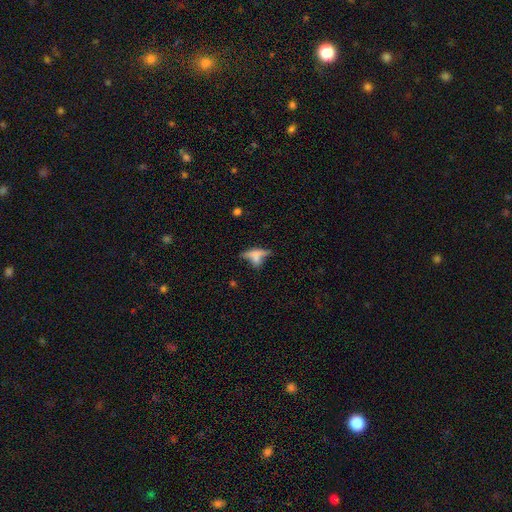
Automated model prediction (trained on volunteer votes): smooth_or_featured: smooth (p=0.52) [alt: featured or disk p=0.36]
how_rounded: cigar-shaped (p=0.49) [alt: in between p=0.43]
merging: none (p=0.40) [alt: merger p=0.28]